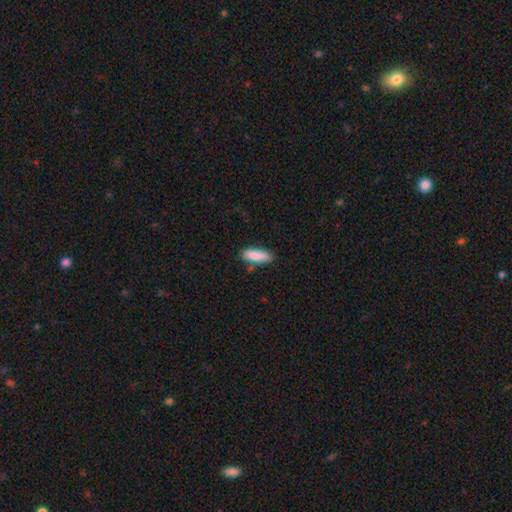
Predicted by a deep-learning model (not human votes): Q: Smooth or featured?
A: smooth (86%); runner-up: featured or disk (8%)
Q: How rounded?
A: in between (61%); runner-up: cigar-shaped (38%)
Q: Merging?
A: none (78%); runner-up: minor disturbance (16%)